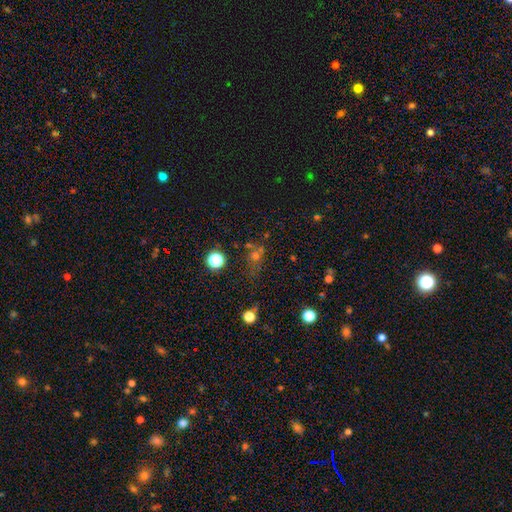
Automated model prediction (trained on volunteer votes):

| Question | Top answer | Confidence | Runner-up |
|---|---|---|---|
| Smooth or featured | star or artifact | 46% | smooth (40%) |